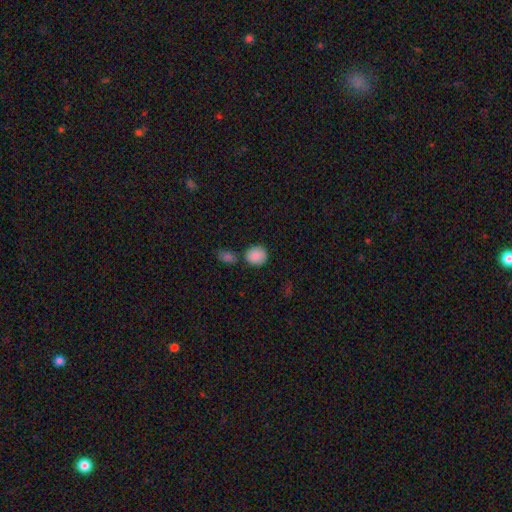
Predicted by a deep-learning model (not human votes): smooth 87%, star or artifact 8%, featured or disk 4%. Down the decision tree: how rounded — round (74%); merging — none (68%).